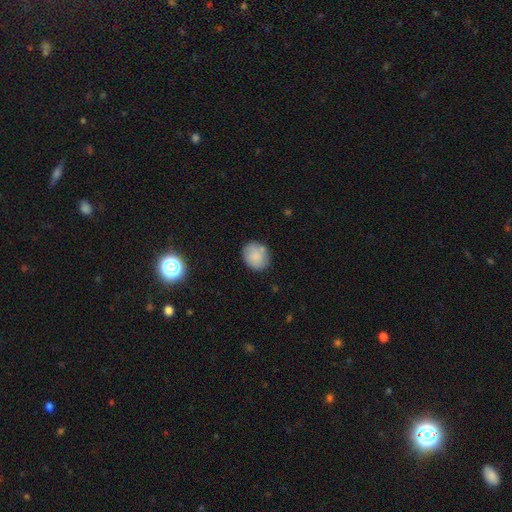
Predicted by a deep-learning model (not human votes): Smooth or featured?
  - smooth: 82% *
  - featured or disk: 10%
  - star or artifact: 8%
How rounded?
  - round: 63% *
  - in between: 36%
  - cigar-shaped: 1%
Merging?
  - none: 75% *
  - minor disturbance: 16%
  - merger: 5%
  - major disturbance: 4%